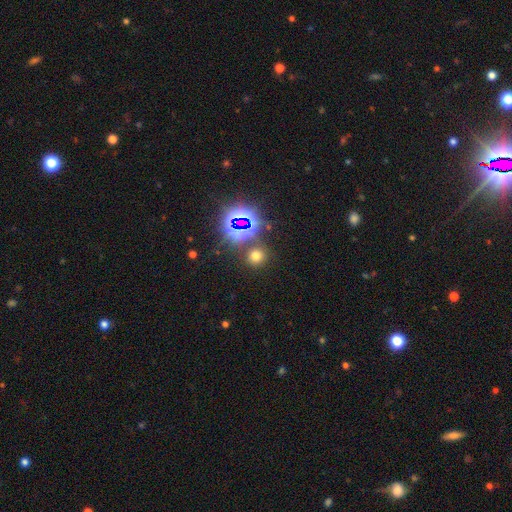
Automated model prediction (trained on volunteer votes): Smooth or featured? smooth (59%)
How rounded? round (88%)
Merging? none (83%)